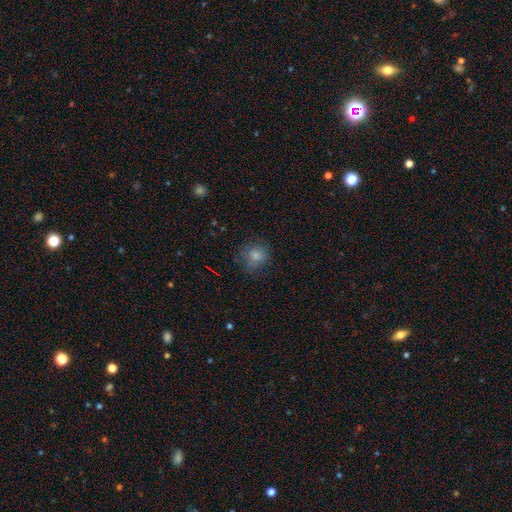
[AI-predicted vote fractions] Smooth or featured? smooth (79%)
How rounded? round (81%)
Merging? none (71%)